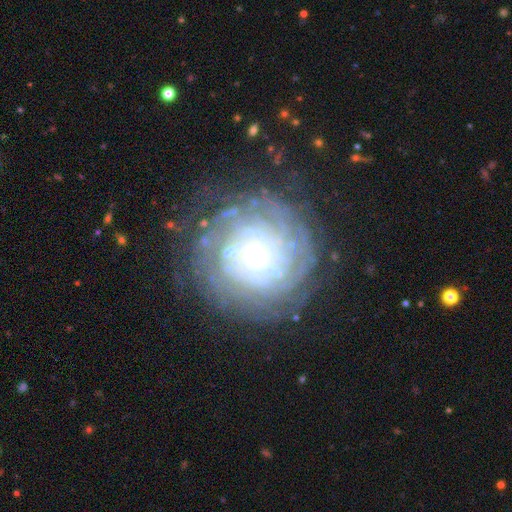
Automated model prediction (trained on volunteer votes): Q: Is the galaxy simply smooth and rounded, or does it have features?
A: featured or disk — 82%.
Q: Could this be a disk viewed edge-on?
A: no — 97%.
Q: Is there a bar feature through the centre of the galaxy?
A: no — 78%.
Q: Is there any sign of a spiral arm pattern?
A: yes — 90%.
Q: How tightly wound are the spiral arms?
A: tight — 80%.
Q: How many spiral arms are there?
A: can't tell — 44%.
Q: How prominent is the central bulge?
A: small — 55%.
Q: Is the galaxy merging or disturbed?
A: none — 77%.